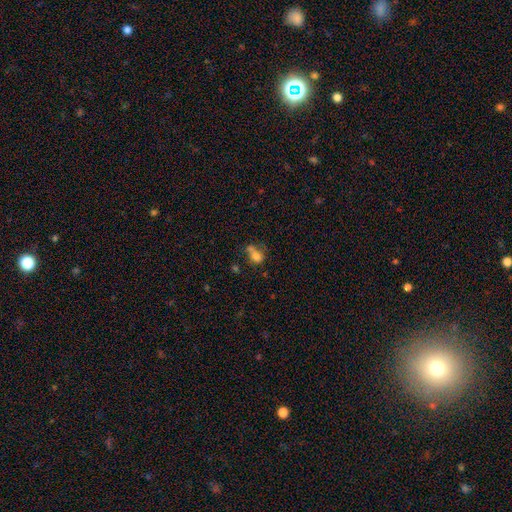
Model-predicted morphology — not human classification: Smooth or featured? smooth (72%)
How rounded? in between (67%)
Merging? merger (37%)